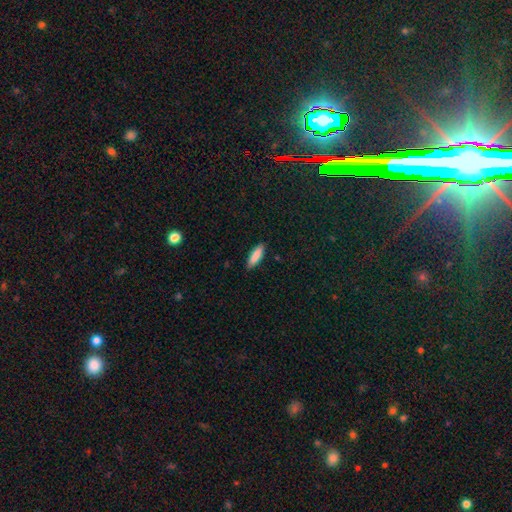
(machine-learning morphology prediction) smooth_or_featured: smooth (p=0.87) [alt: featured or disk p=0.07]
how_rounded: cigar-shaped (p=0.55) [alt: in between p=0.43]
merging: none (p=0.88) [alt: minor disturbance p=0.09]